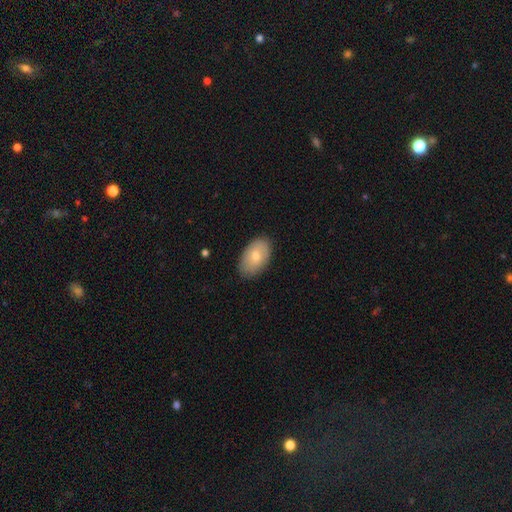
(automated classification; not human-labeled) This is likely a smooth galaxy (73%). How rounded: clearly in between (92%). Merging: clearly none (82%).